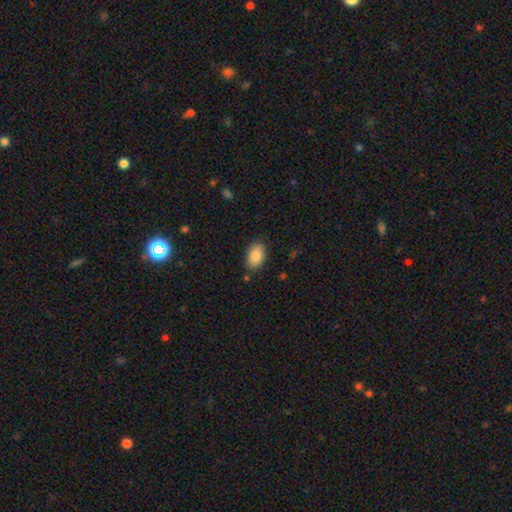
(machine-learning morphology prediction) smooth_or_featured: smooth (p=0.88) [alt: star or artifact p=0.07]
how_rounded: in between (p=0.92) [alt: round p=0.07]
merging: none (p=0.84) [alt: minor disturbance p=0.12]